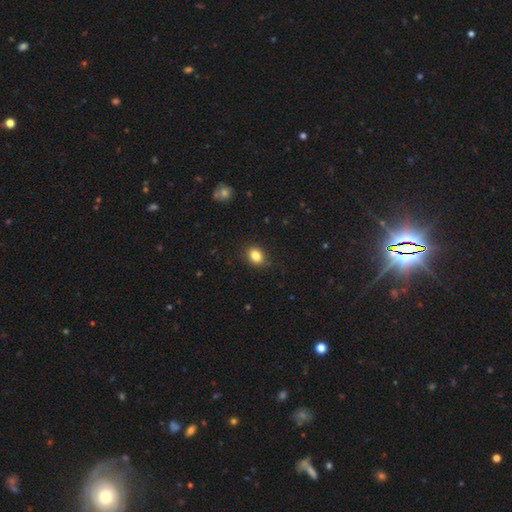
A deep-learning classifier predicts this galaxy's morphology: Q: Smooth or featured?
A: smooth (84%); runner-up: star or artifact (10%)
Q: How rounded?
A: in between (59%); runner-up: round (40%)
Q: Merging?
A: none (86%); runner-up: minor disturbance (11%)